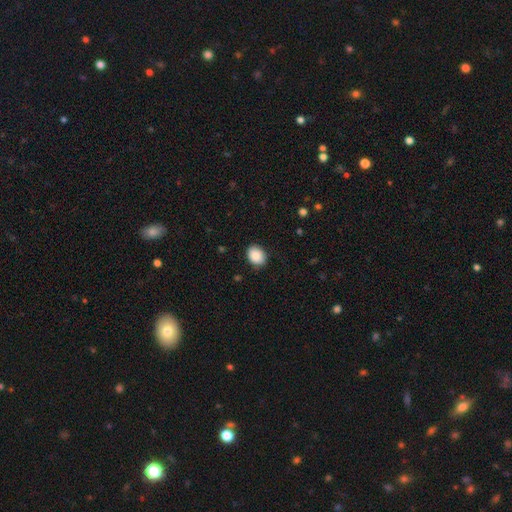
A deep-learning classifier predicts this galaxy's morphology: Smooth or featured?
  - smooth: 89% *
  - star or artifact: 7%
  - featured or disk: 4%
How rounded?
  - in between: 59% *
  - round: 40%
  - cigar-shaped: 1%
Merging?
  - none: 85% *
  - minor disturbance: 12%
  - major disturbance: 2%
  - merger: 1%